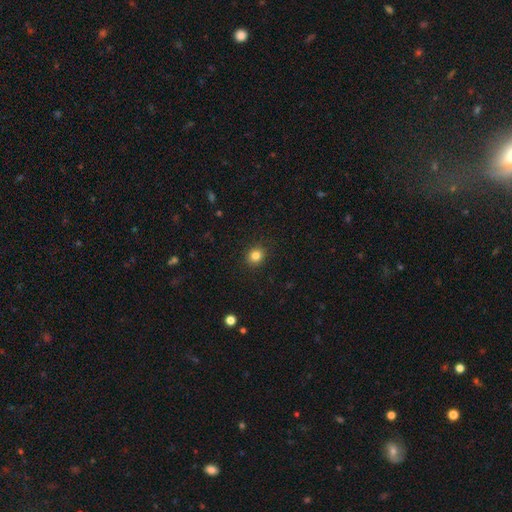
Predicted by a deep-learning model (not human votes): Smooth or featured? smooth (83%)
How rounded? round (79%)
Merging? none (91%)